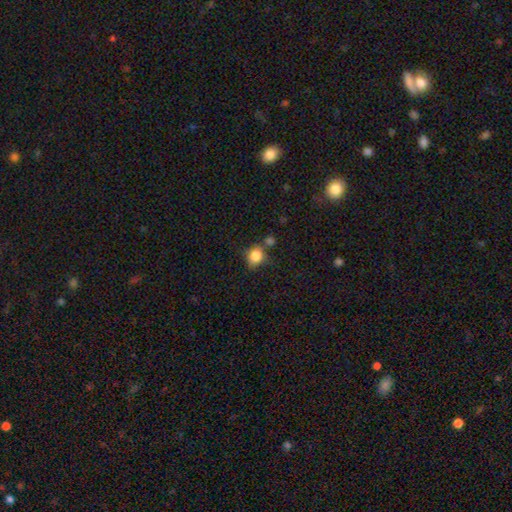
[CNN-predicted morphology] type=smooth (83%); roundness=round (66%); merging=none (58%).